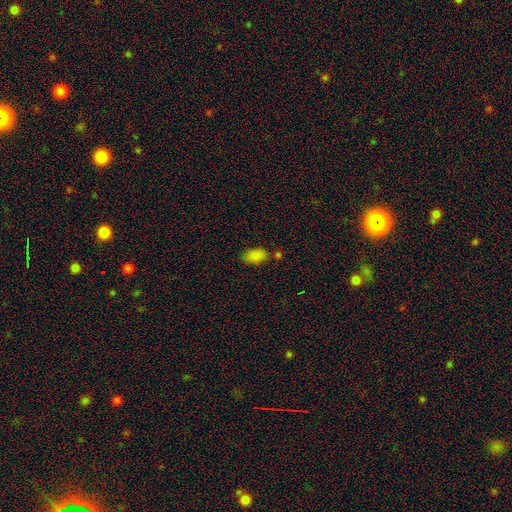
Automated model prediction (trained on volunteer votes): Smooth or featured: smooth — 84% (star or artifact — 11%)
How rounded: in between — 92% (round — 6%)
Merging: none — 71% (minor disturbance — 15%)